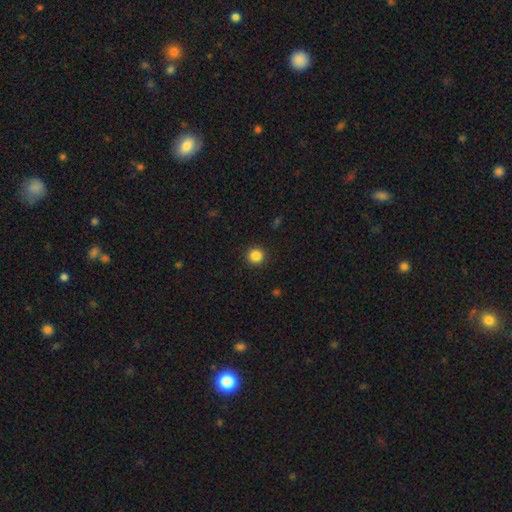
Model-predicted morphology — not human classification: Overall: smooth (86%). How rounded: round (96%). Merging: none (93%).